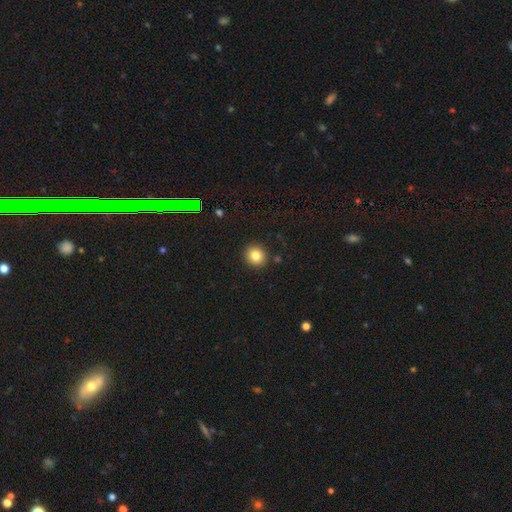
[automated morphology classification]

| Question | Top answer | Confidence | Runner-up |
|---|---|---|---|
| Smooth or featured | smooth | 81% | star or artifact (11%) |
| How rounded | round | 88% | in between (11%) |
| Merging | none | 90% | minor disturbance (6%) |